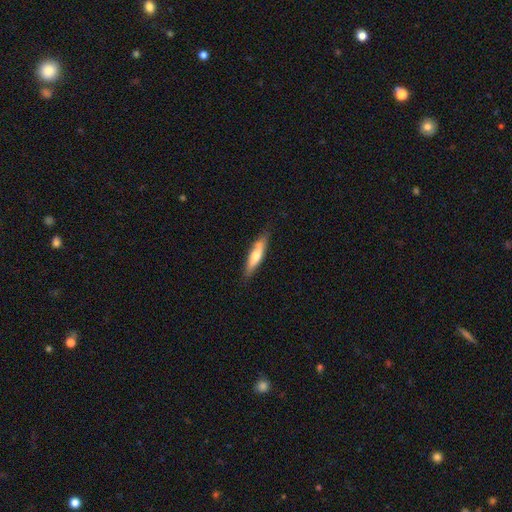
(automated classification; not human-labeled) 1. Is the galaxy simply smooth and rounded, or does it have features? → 60% smooth, 35% featured or disk, 5% star or artifact.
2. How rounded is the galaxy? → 74% cigar-shaped, 25% in between, 2% round.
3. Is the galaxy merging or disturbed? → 79% none, 17% minor disturbance, 3% major disturbance, 1% merger.